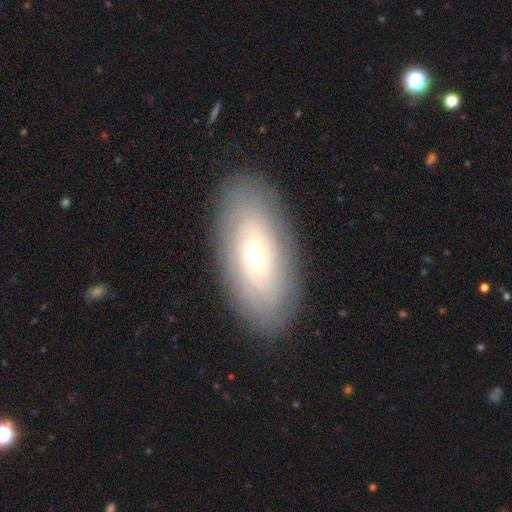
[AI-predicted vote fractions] Q: Smooth or featured?
A: featured or disk (55%); runner-up: smooth (37%)
Q: Edge-on disk?
A: no (87%); runner-up: yes (13%)
Q: Merging?
A: none (86%); runner-up: minor disturbance (10%)